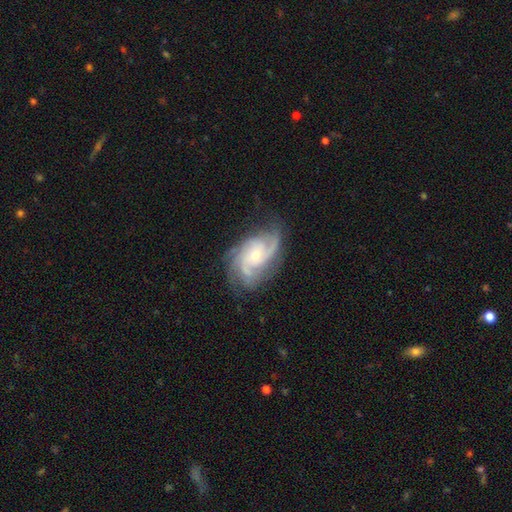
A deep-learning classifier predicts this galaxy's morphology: smooth_or_featured: featured or disk (p=0.87) [alt: smooth p=0.08]
disk_edge_on: no (p=0.97) [alt: yes p=0.03]
bar: no (p=0.70) [alt: weak p=0.25]
has_spiral_arms: yes (p=0.97) [alt: no p=0.03]
spiral_winding: medium (p=0.45) [alt: tight p=0.40]
spiral_arm_count: 3 (p=0.41) [alt: 2 p=0.21]
bulge_size: small (p=0.52) [alt: moderate p=0.44]
merging: none (p=0.69) [alt: minor disturbance p=0.20]